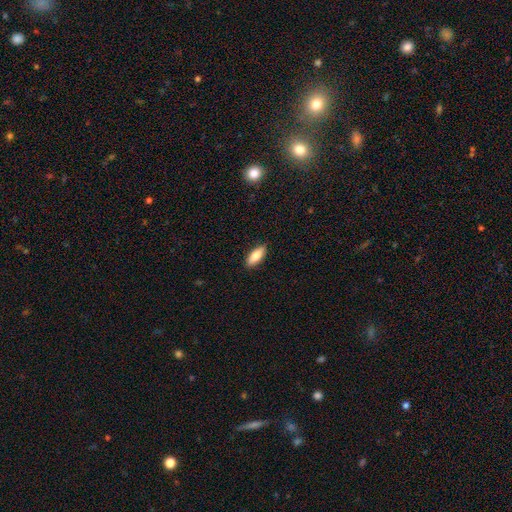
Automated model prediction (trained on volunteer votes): smooth 78%, featured or disk 15%, star or artifact 6%. Down the decision tree: how rounded — in between (75%); merging — none (89%).